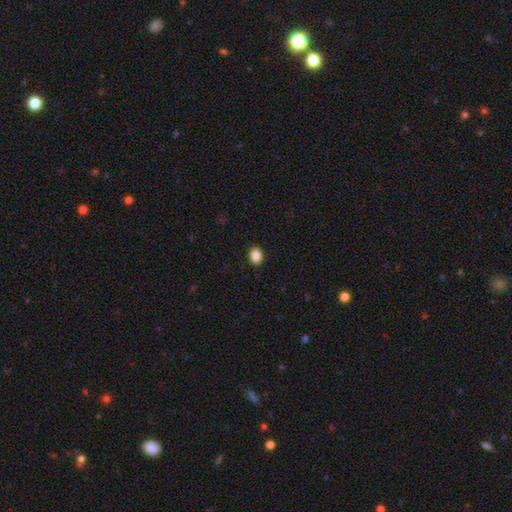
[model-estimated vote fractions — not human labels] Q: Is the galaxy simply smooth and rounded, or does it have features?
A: smooth — 88%.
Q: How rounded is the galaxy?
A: in between — 67%.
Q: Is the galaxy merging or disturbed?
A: none — 91%.